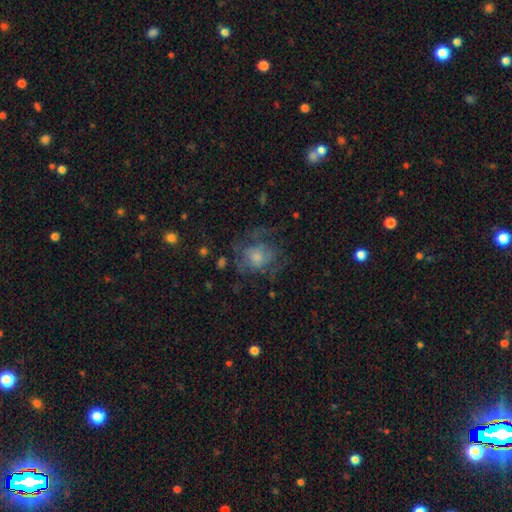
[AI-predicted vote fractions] smooth_or_featured: featured or disk (p=0.51) [alt: smooth p=0.33]
disk_edge_on: no (p=0.97) [alt: yes p=0.03]
merging: none (p=0.56) [alt: major disturbance p=0.23]